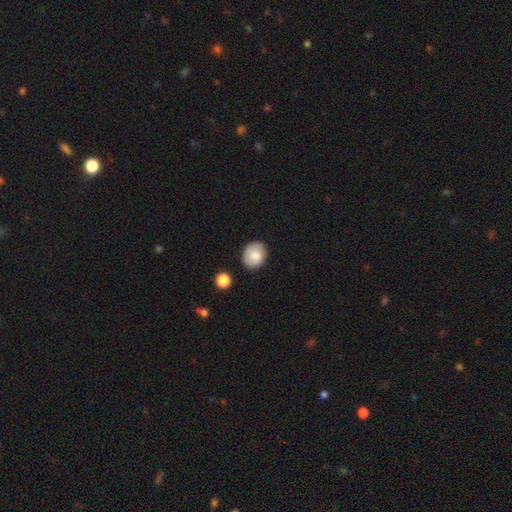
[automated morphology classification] smooth 83%, featured or disk 9%, star or artifact 8%. Down the decision tree: how rounded — round (52%); merging — none (83%).